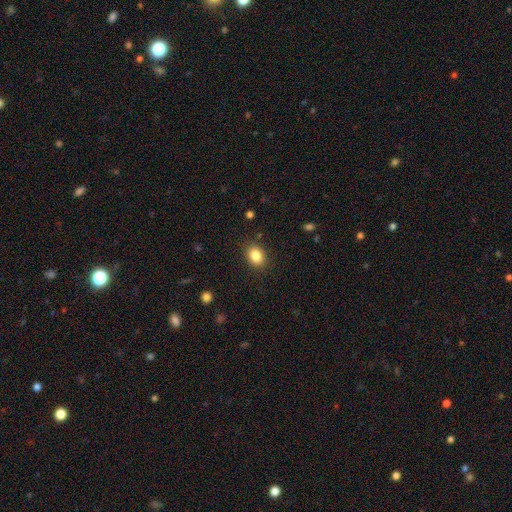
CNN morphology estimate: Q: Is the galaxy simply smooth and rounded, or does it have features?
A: smooth — 86%.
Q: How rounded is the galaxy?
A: in between — 61%.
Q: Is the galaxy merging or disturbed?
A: none — 87%.